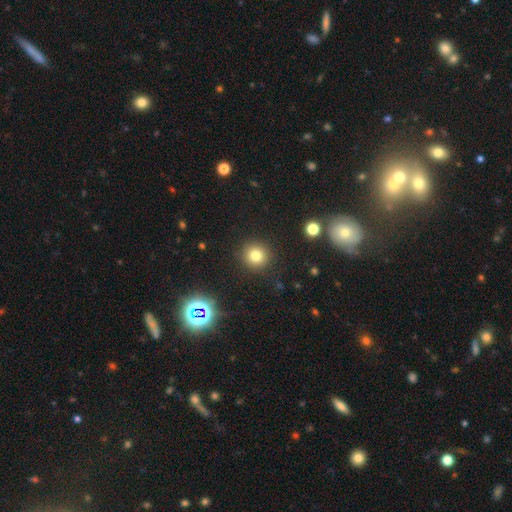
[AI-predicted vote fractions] Morphology: type=smooth (78%); roundness=round (92%); merging=none (90%).